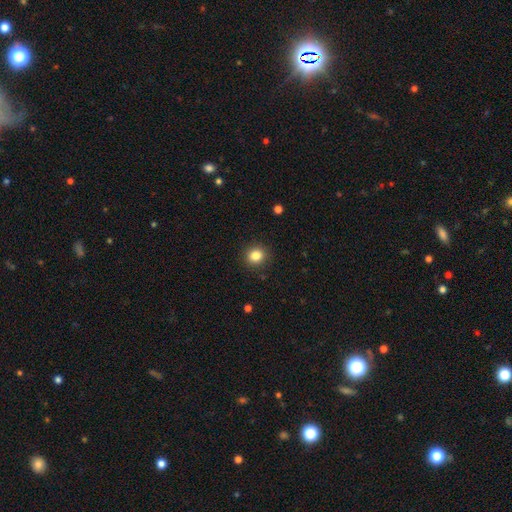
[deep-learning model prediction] A smooth galaxy with no disk features (84%) that is round (85%).

Vote fractions:
- Smooth or featured? smooth: 84% / star or artifact: 11% / featured or disk: 5%
- How rounded? round: 85% / in between: 14% / cigar-shaped: 1%
- Merging? none: 90% / minor disturbance: 7% / major disturbance: 2% / merger: 1%